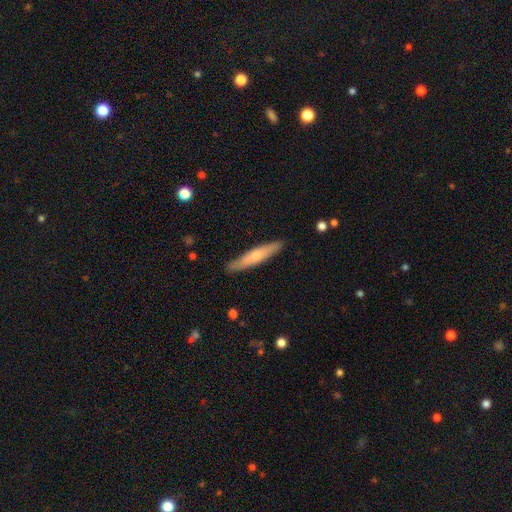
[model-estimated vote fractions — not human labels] smooth-or-featured: smooth: 58% | featured or disk: 37% | star or artifact: 5%
  how-rounded: cigar-shaped: 90% | in between: 9% | round: 1%
  merging: none: 89% | minor disturbance: 8% | major disturbance: 2% | merger: 1%